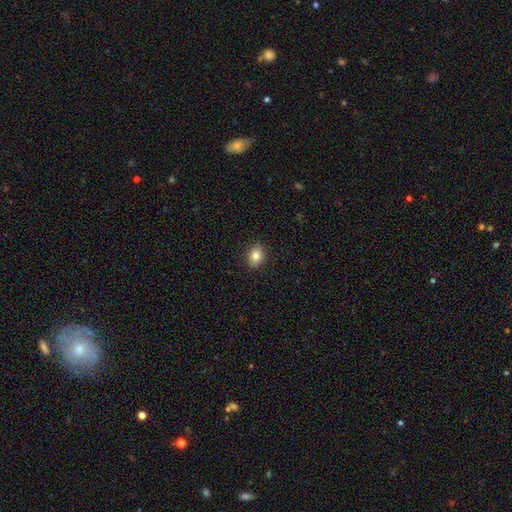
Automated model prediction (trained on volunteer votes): smooth-or-featured: smooth: 82% | star or artifact: 9% | featured or disk: 9%
  how-rounded: in between: 72% | round: 27% | cigar-shaped: 1%
  merging: none: 89% | minor disturbance: 8% | major disturbance: 2% | merger: 1%